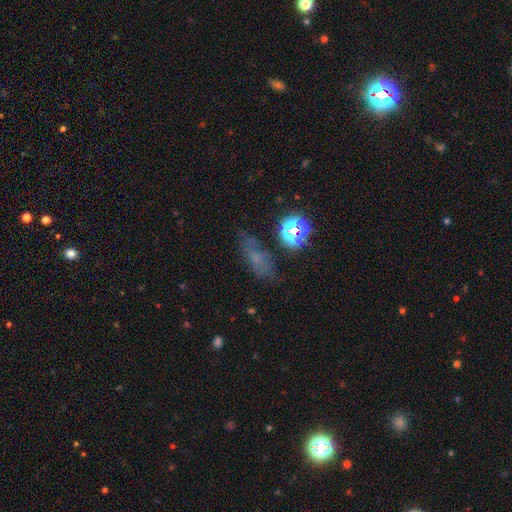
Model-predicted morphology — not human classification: smooth 45%, star or artifact 32%, featured or disk 23%. Down the decision tree: merging — none (72%).